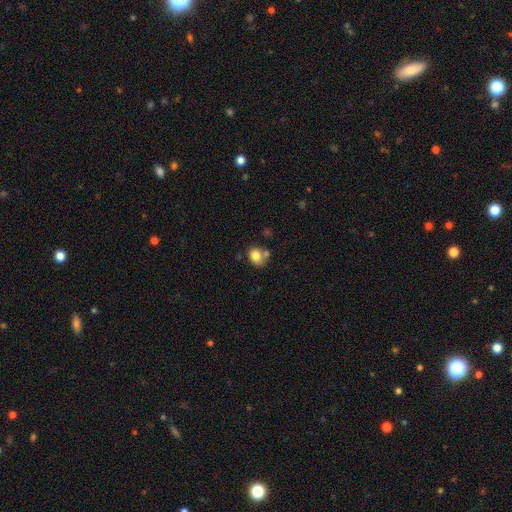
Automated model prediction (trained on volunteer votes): smooth 79%, featured or disk 10%, star or artifact 10%. Down the decision tree: how rounded — round (57%); merging — none (53%).